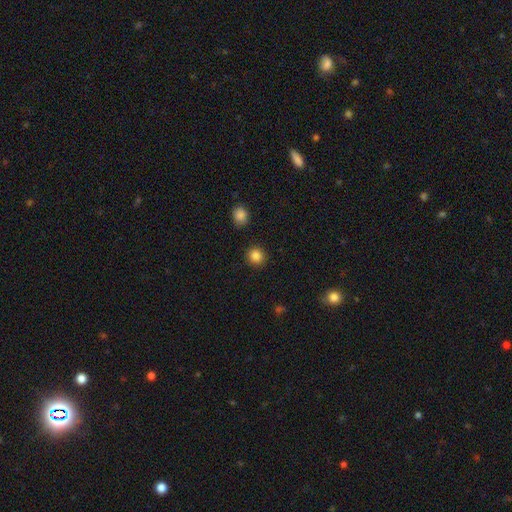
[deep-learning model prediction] The model was most divided on "smooth or featured": smooth: 86%, star or artifact: 10%, featured or disk: 4%. More confident: how rounded — round (92%); merging — none (91%).